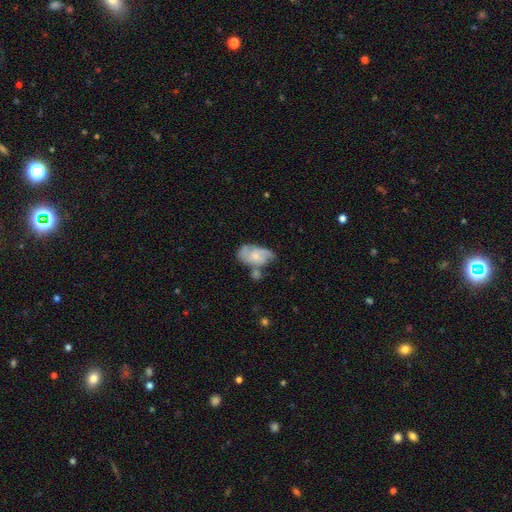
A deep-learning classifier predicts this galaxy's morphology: Smooth or featured?
  - featured or disk: 59% *
  - smooth: 35%
  - star or artifact: 7%
Edge-on disk?
  - no: 96% *
  - yes: 4%
Bar?
  - no: 72% *
  - weak: 24%
  - strong: 4%
Spiral arms?
  - yes: 82% *
  - no: 18%
Bulge size?
  - small: 56% *
  - moderate: 33%
  - none: 7%
  - large: 3%
  - dominant: 1%
Merging?
  - none: 38% *
  - minor disturbance: 26%
  - merger: 22%
  - major disturbance: 14%